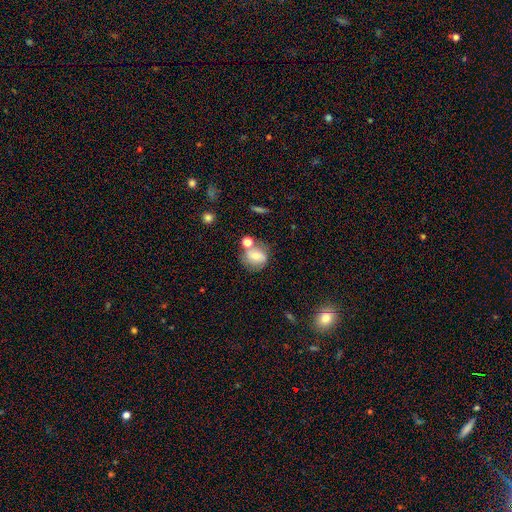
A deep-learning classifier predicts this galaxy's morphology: smooth_or_featured: smooth (p=0.64) [alt: featured or disk p=0.26]
how_rounded: round (p=0.67) [alt: in between p=0.31]
merging: none (p=0.52) [alt: merger p=0.22]